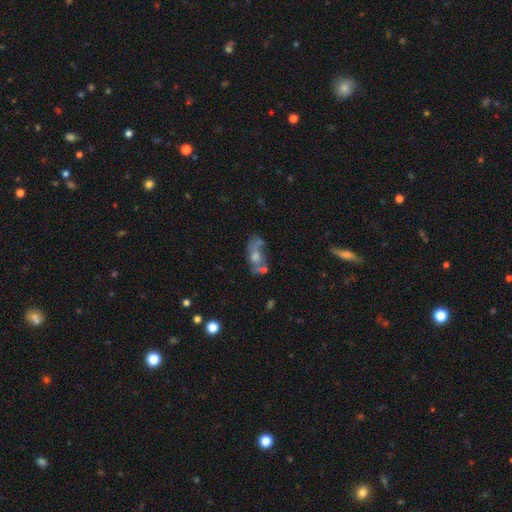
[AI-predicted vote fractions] Smooth or featured? featured or disk (50%)
Edge-on disk? no (91%)
Merging? none (33%)